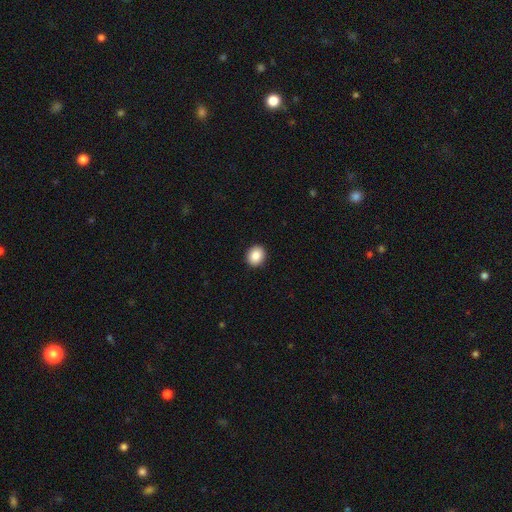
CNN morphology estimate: This is clearly a smooth galaxy (87%). How rounded: likely round (68%). Merging: clearly none (92%).